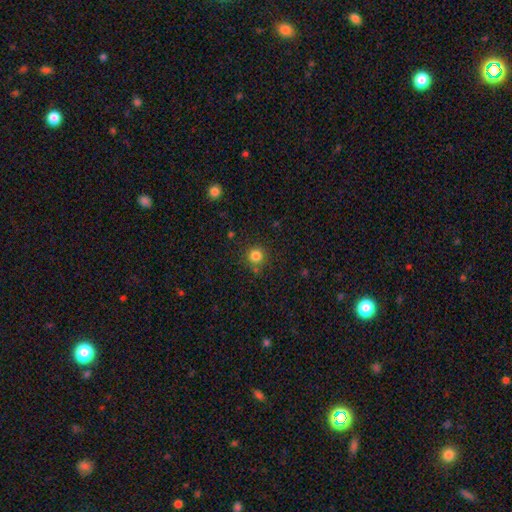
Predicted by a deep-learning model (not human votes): A smooth galaxy with no disk features (82%) that is round (94%).

Vote fractions:
- Smooth or featured? smooth: 82% / star or artifact: 13% / featured or disk: 5%
- How rounded? round: 94% / in between: 5% / cigar-shaped: 1%
- Merging? none: 83% / minor disturbance: 9% / merger: 5% / major disturbance: 3%